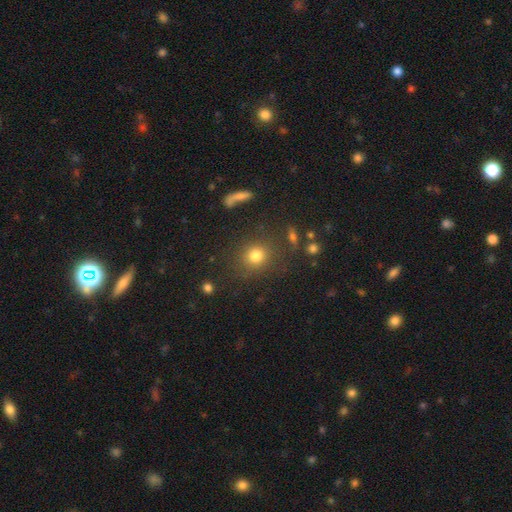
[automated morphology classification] Smooth or featured? smooth (78%)
How rounded? round (85%)
Merging? none (81%)